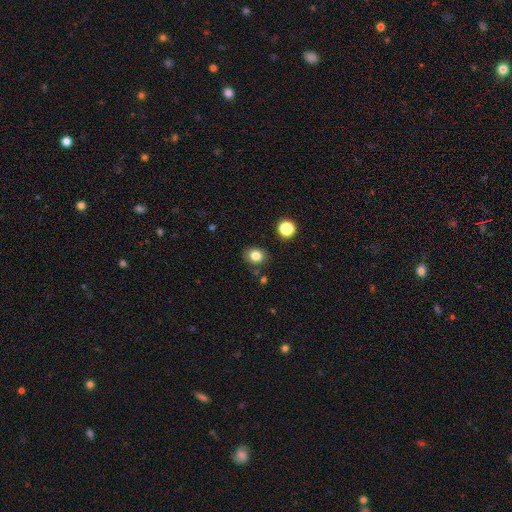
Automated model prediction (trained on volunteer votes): Q: Smooth or featured?
A: smooth (82%); runner-up: star or artifact (12%)
Q: How rounded?
A: round (66%); runner-up: in between (33%)
Q: Merging?
A: none (83%); runner-up: minor disturbance (10%)